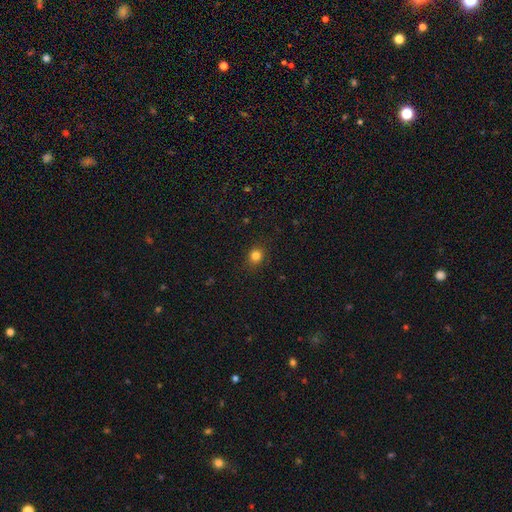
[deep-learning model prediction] smooth-or-featured: smooth: 82% | star or artifact: 13% | featured or disk: 5%
  how-rounded: round: 79% | in between: 20% | cigar-shaped: 1%
  merging: none: 88% | minor disturbance: 8% | major disturbance: 3% | merger: 1%